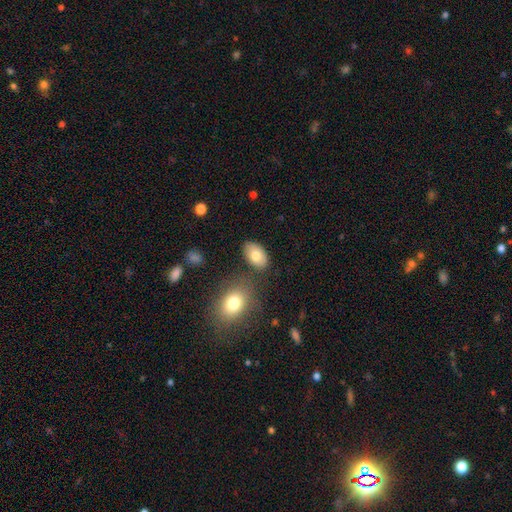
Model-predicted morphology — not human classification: Q: Smooth or featured?
A: smooth (79%); runner-up: featured or disk (14%)
Q: How rounded?
A: in between (92%); runner-up: round (7%)
Q: Merging?
A: none (77%); runner-up: minor disturbance (12%)